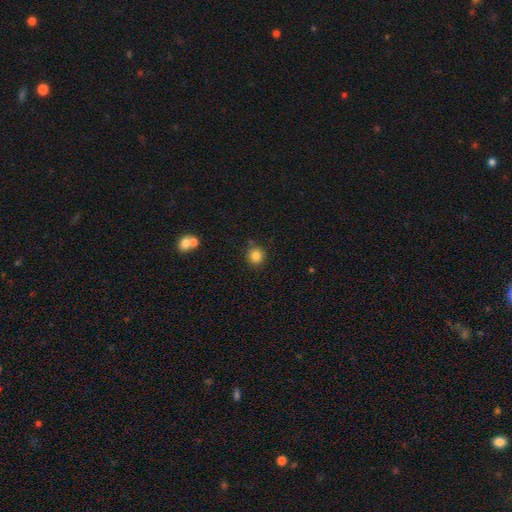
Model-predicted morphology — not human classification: A smooth galaxy with no disk features (84%) that is round (91%).

Vote fractions:
- Smooth or featured? smooth: 84% / star or artifact: 11% / featured or disk: 5%
- How rounded? round: 91% / in between: 8% / cigar-shaped: 1%
- Merging? none: 84% / minor disturbance: 8% / merger: 5% / major disturbance: 2%